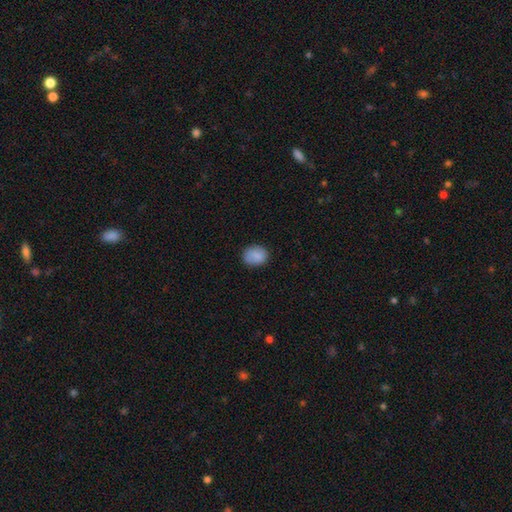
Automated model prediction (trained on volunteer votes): A smooth galaxy with no disk features (85%) that is round (55%). Merging: none (84%).